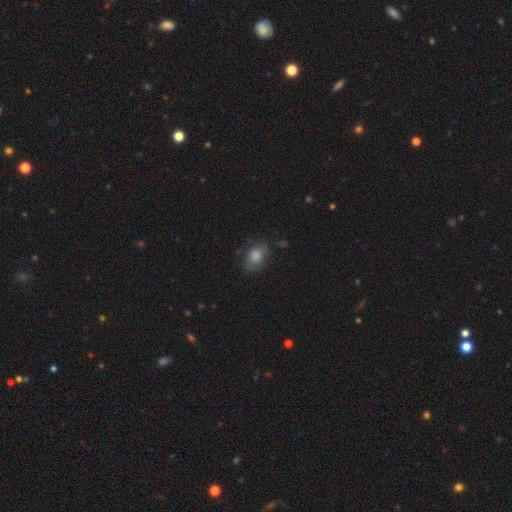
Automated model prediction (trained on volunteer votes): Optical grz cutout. It shows a smooth galaxy with no disk features (81%) that is in between round and cigar-shaped (84%). Merging: none (68%).